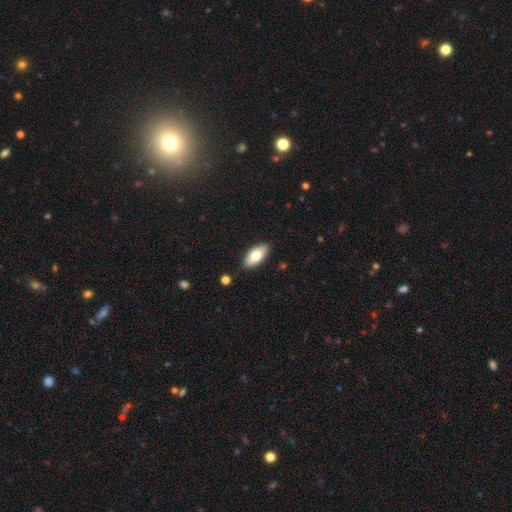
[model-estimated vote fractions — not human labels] This is likely a smooth galaxy (77%). How rounded: clearly in between (91%). Merging: clearly none (85%).